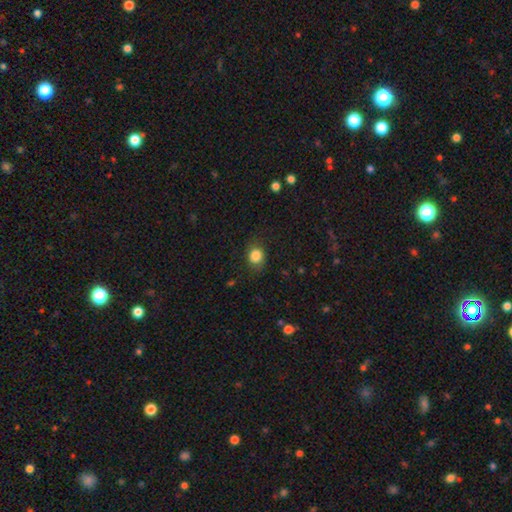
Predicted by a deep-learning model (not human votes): Smooth or featured? Predicted: smooth (p=0.85). How rounded? Predicted: round (p=0.60). Merging? Predicted: none (p=0.77).